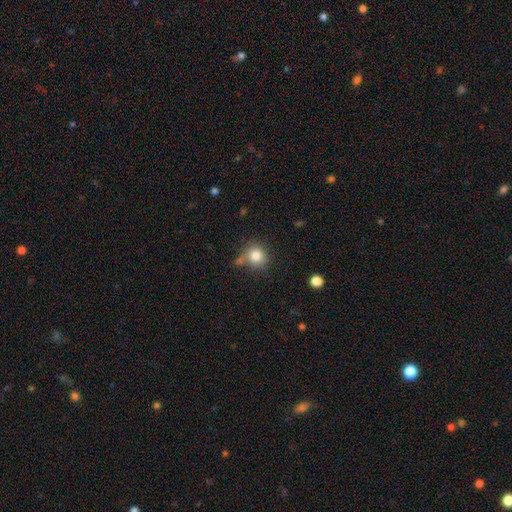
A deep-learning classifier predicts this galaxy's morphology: Overall: smooth (81%). How rounded: round (87%). Merging: none (66%).